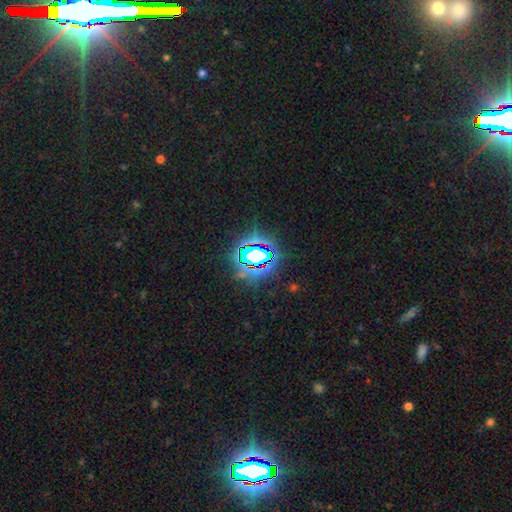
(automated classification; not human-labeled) This appears to be a star or artifact, not a galaxy (74%).